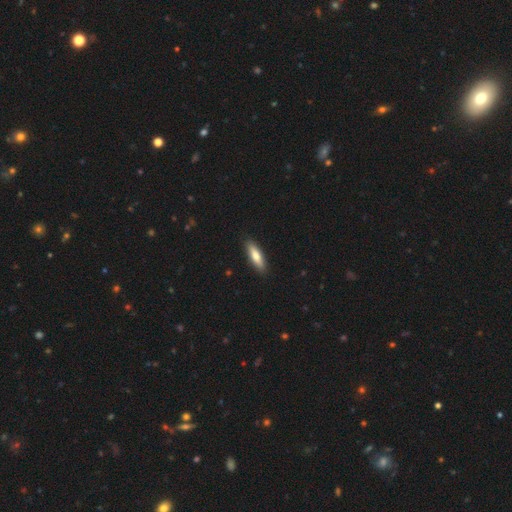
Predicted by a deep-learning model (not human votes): Smooth or featured?
  - smooth: 74% *
  - featured or disk: 21%
  - star or artifact: 5%
How rounded?
  - cigar-shaped: 61% *
  - in between: 37%
  - round: 2%
Merging?
  - none: 90% *
  - minor disturbance: 8%
  - major disturbance: 2%
  - merger: 1%